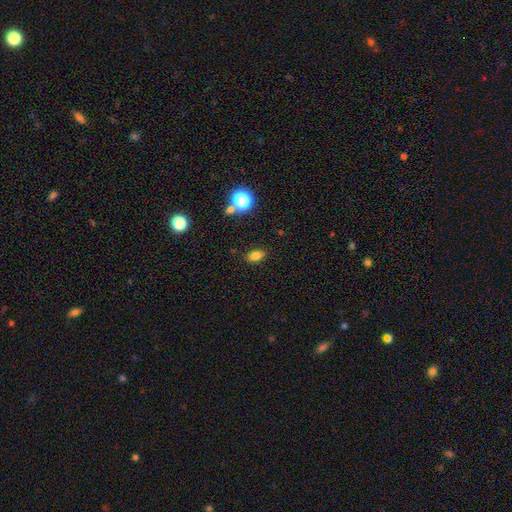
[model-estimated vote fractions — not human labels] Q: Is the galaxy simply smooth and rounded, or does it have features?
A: smooth — 78%.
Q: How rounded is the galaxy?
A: in between — 82%.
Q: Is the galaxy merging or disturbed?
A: none — 85%.